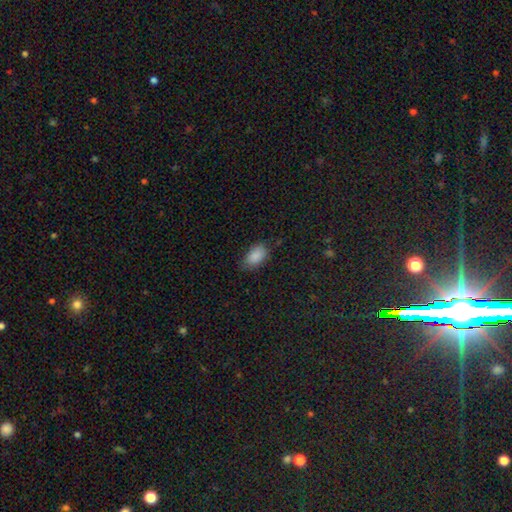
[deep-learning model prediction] smooth-or-featured: smooth: 88% | star or artifact: 8% | featured or disk: 4%
  how-rounded: in between: 92% | round: 6% | cigar-shaped: 2%
  merging: none: 73% | minor disturbance: 21% | major disturbance: 4% | merger: 1%